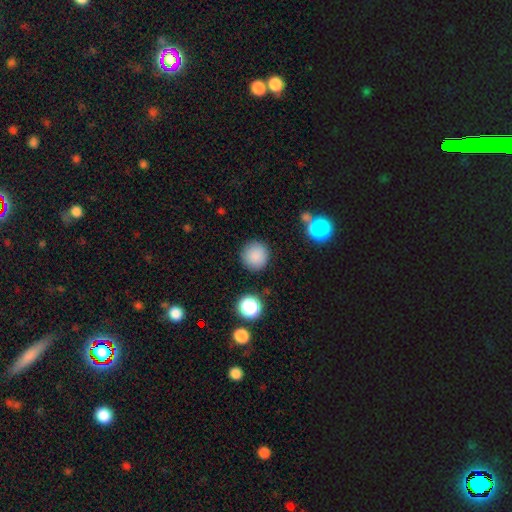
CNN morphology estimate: Overall: smooth (86%). How rounded: round (94%). Merging: none (88%).